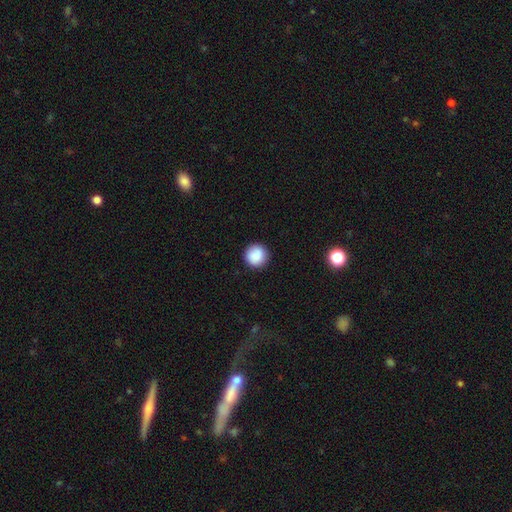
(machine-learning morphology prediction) Smooth or featured? Predicted: smooth (p=0.87). How rounded? Predicted: round (p=0.96). Merging? Predicted: none (p=0.90).